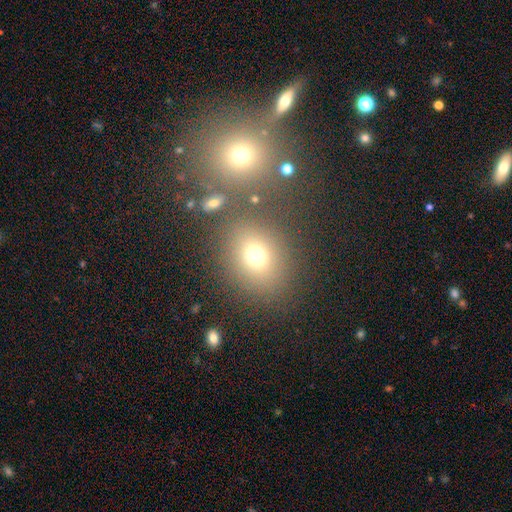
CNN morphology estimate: type=smooth (71%); roundness=round (57%); merging=none (75%).